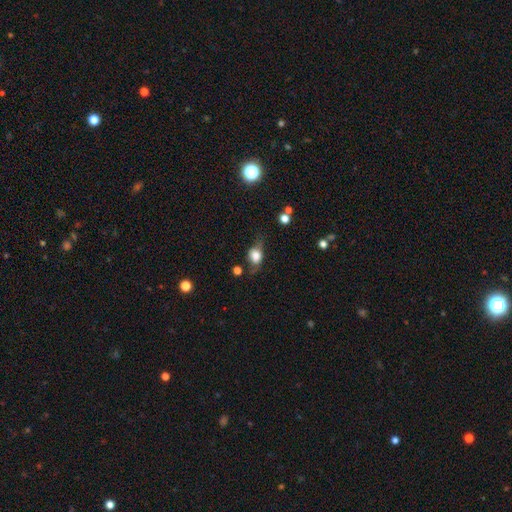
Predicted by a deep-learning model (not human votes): Overall: smooth (62%; featured or disk 28%). How rounded: in between (53%; round 43%). Merging: none (51%; minor disturbance 29%).